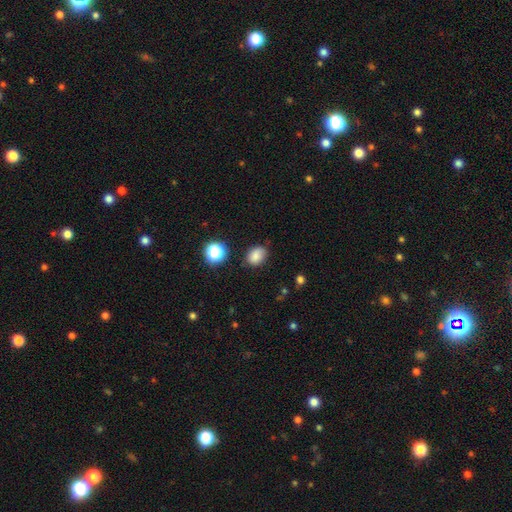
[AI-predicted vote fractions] smooth 81%, star or artifact 12%, featured or disk 7%. Down the decision tree: how rounded — in between (64%); merging — none (75%).